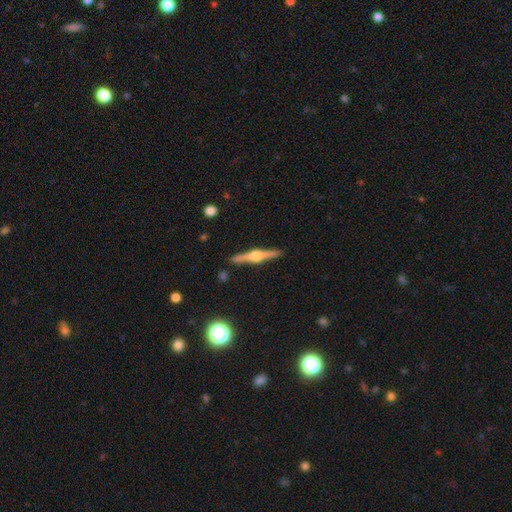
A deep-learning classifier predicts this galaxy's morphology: This is clearly a featured or disk galaxy (81%). It is clearly viewed edge-on (98%). Edge-on bulge: clearly rounded (93%). Merging: clearly none (91%).